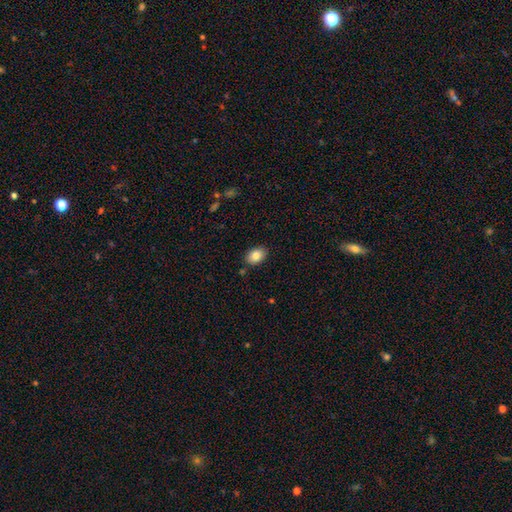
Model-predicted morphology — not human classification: A smooth galaxy with no disk features (83%) that is in between round and cigar-shaped (81%). Merging: none (86%).